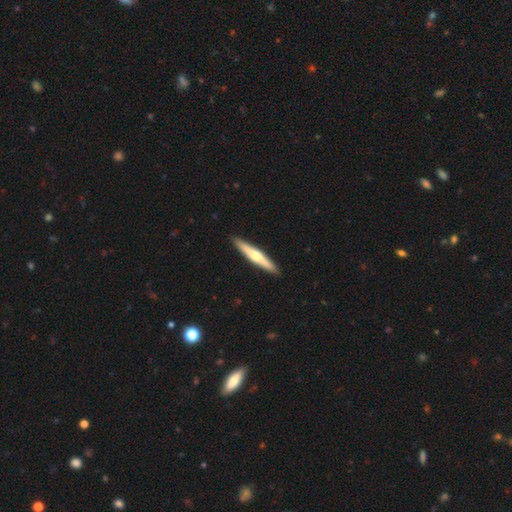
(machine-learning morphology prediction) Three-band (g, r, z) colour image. It shows a featured or disk galaxy (52%) viewed edge-on (96%) with a rounded central bulge (84%). Merging: none (92%).